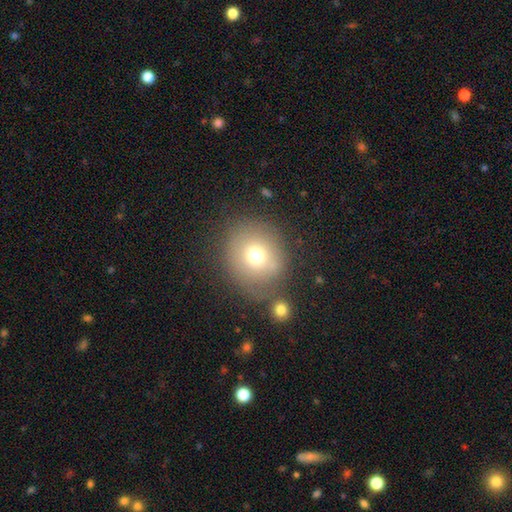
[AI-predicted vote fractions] smooth_or_featured: smooth (p=0.71) [alt: featured or disk p=0.15]
how_rounded: round (p=0.86) [alt: in between p=0.13]
merging: none (p=0.69) [alt: minor disturbance p=0.13]